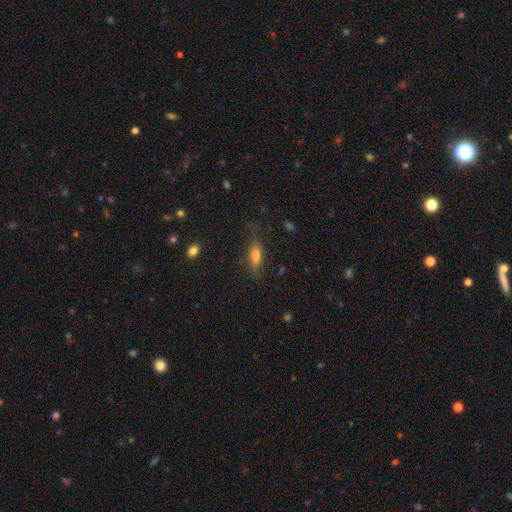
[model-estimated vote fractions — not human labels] smooth-or-featured: smooth: 60% | featured or disk: 29% | star or artifact: 11%
  how-rounded: in between: 48% (tied) | cigar-shaped: 48% (tied) | round: 4%
  merging: none: 72% | minor disturbance: 20% | major disturbance: 7% | merger: 2%